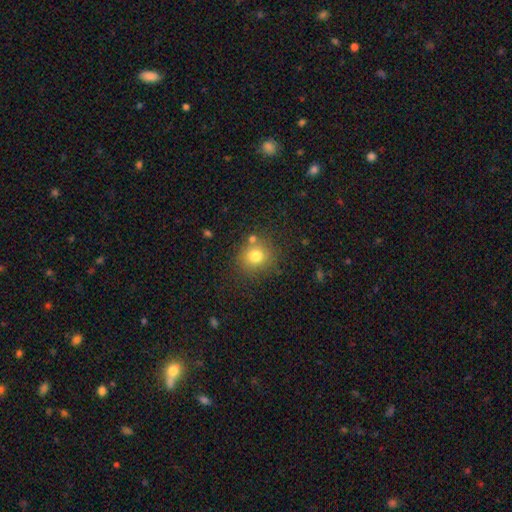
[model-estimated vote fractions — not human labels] This appears to be a smooth galaxy with no disk features (77%) that is round (84%). Merging: none (76%).